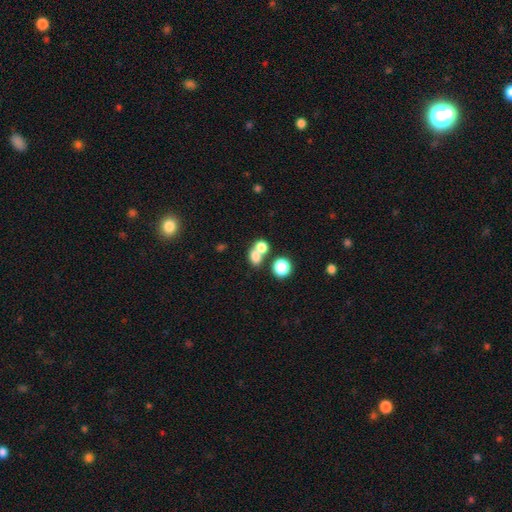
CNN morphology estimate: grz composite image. It shows a smooth galaxy with no disk features (75%) that is round (57%). Merging: merger (52%).